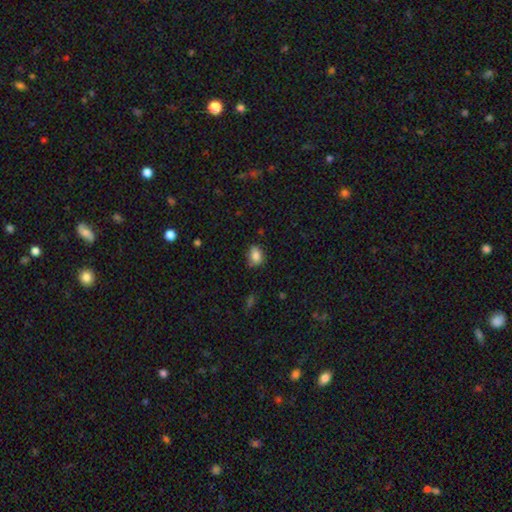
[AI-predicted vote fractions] Morphology: type=smooth (84%); roundness=in between (67%); merging=none (66%).